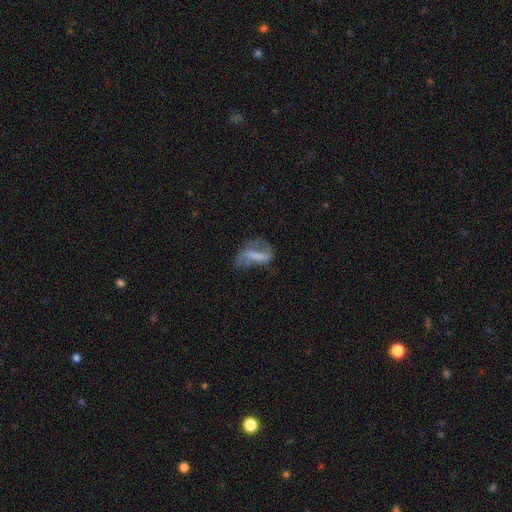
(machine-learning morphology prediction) Smooth or featured?
  - featured or disk: 57% *
  - smooth: 32%
  - star or artifact: 11%
Edge-on disk?
  - no: 94% *
  - yes: 6%
Bar?
  - strong: 41% *
  - weak: 30%
  - no: 29%
Spiral arms?
  - yes: 60% *
  - no: 40%
Bulge size?
  - none: 60% *
  - small: 16%
  - moderate: 13%
  - large: 8%
  - dominant: 2%
Merging?
  - major disturbance: 36% * (tied)
  - none: 36% * (tied)
  - minor disturbance: 23%
  - merger: 5%